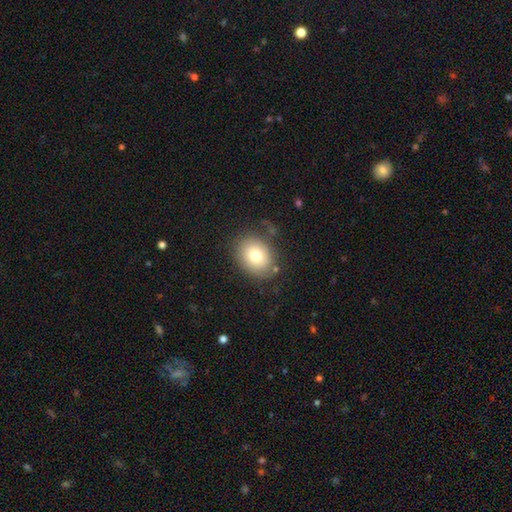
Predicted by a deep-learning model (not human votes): Morphology: type=smooth (76%); roundness=in between (52%); merging=none (77%).